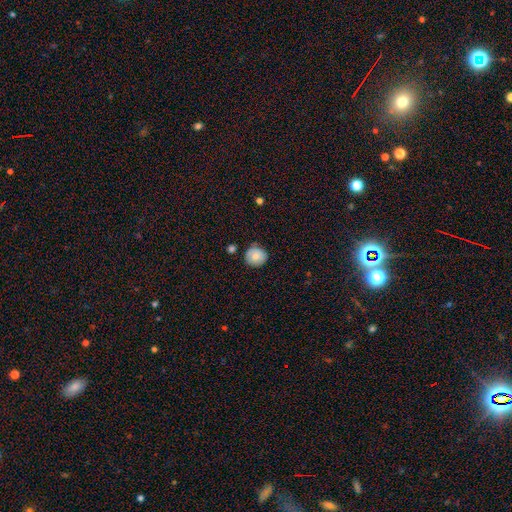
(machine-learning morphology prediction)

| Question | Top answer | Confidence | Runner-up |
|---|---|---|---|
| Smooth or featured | smooth | 76% | featured or disk (15%) |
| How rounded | round | 89% | in between (10%) |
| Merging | none | 80% | minor disturbance (15%) |